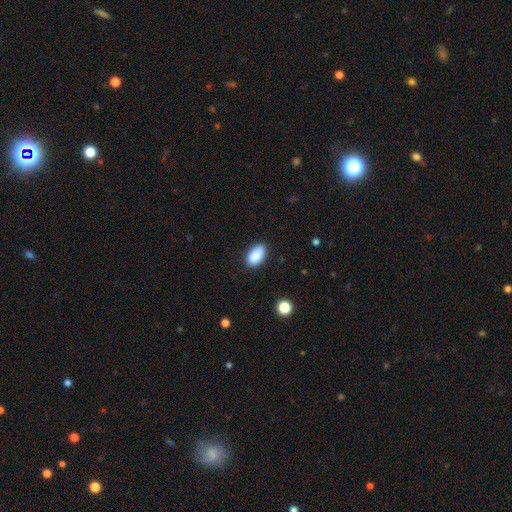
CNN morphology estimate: Q: Smooth or featured?
A: smooth (89%); runner-up: star or artifact (7%)
Q: How rounded?
A: in between (93%); runner-up: round (5%)
Q: Merging?
A: none (83%); runner-up: minor disturbance (13%)